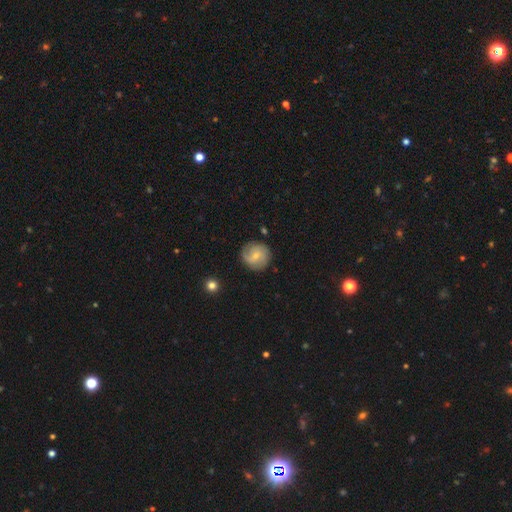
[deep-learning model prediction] Smooth or featured? featured or disk (51%)
Edge-on disk? no (97%)
Bar? no (54%)
Spiral arms? yes (86%)
Bulge size? small (66%)
Merging? none (82%)